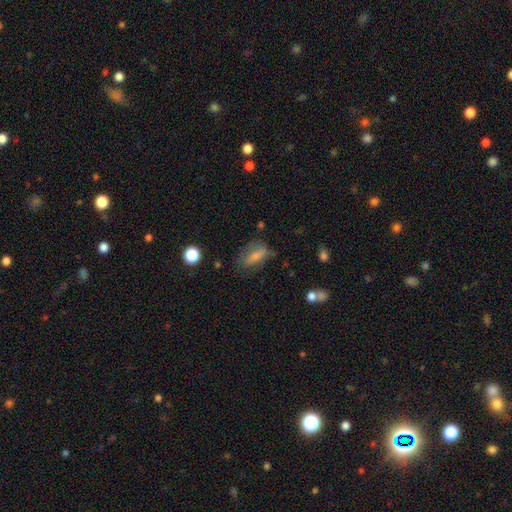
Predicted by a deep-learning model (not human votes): This is likely a smooth galaxy (67%). How rounded: likely in between (69%). Merging: possibly none (56%).